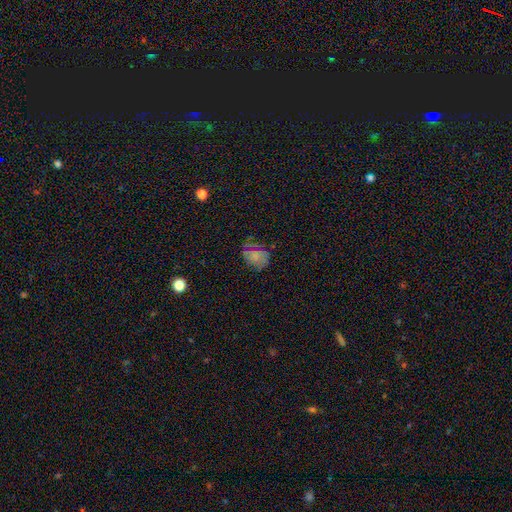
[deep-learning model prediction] A smooth galaxy with no disk features (58%) that is in between round and cigar-shaped (52%). Merging: none (61%).